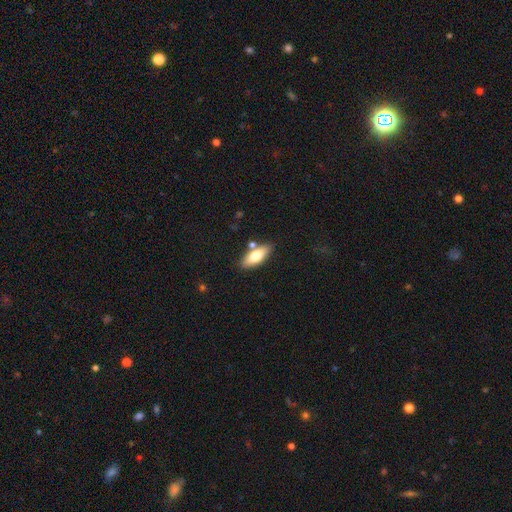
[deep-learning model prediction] smooth-or-featured: smooth: 69% | featured or disk: 25% | star or artifact: 6%
  how-rounded: in between: 73% | cigar-shaped: 24% | round: 3%
  merging: none: 77% | minor disturbance: 11% | merger: 9% | major disturbance: 3%